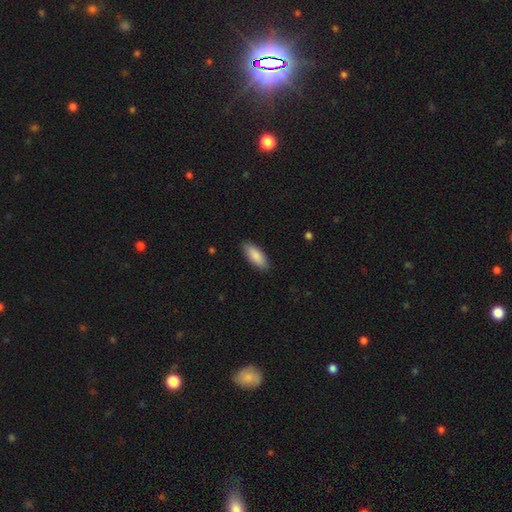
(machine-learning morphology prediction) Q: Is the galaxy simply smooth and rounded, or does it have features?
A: smooth — 88%.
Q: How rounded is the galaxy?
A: in between — 80%.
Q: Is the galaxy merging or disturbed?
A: none — 88%.